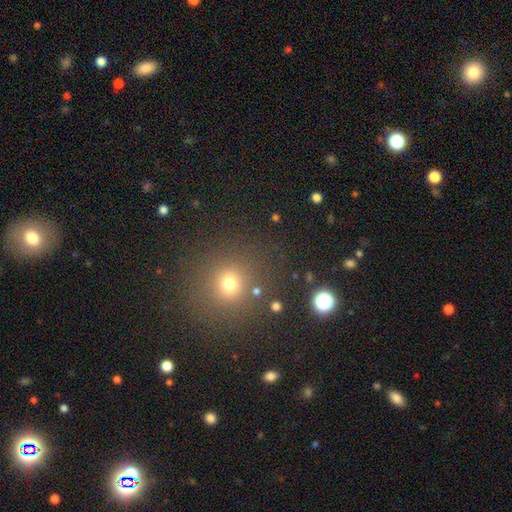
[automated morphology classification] A smooth galaxy with no disk features (52%) that is round (92%). Merging: none (88%).